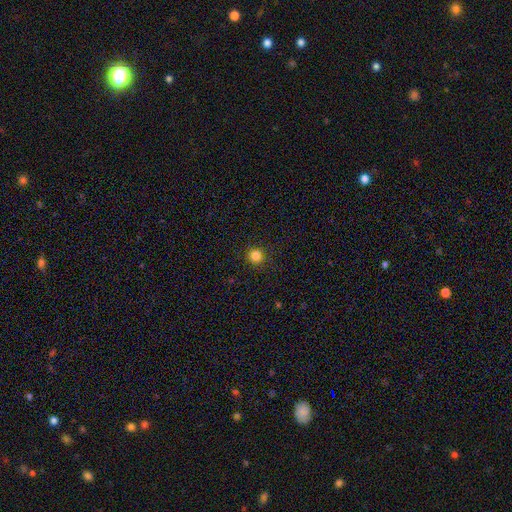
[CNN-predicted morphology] Smooth or featured: smooth — 84% (star or artifact — 12%)
How rounded: round — 95% (in between — 4%)
Merging: none — 91% (minor disturbance — 6%)